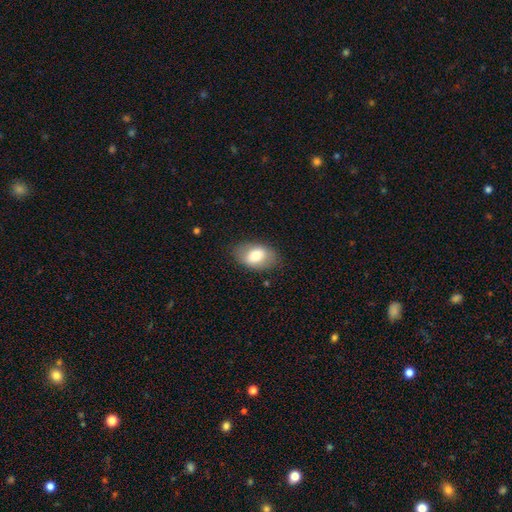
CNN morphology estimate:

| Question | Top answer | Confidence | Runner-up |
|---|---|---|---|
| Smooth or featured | smooth | 73% | featured or disk (20%) |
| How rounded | in between | 89% | round (10%) |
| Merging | none | 79% | minor disturbance (16%) |